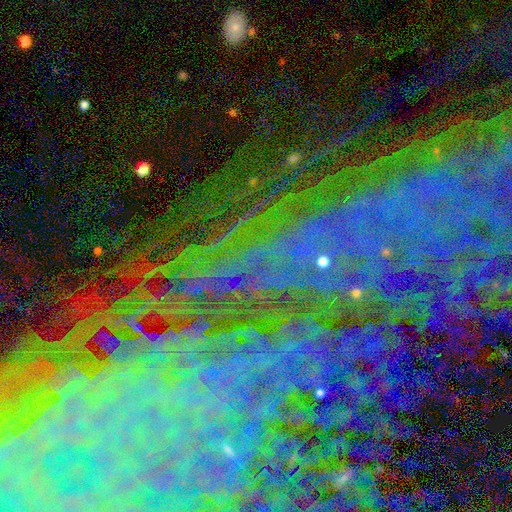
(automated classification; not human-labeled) This appears to be a star or artifact, not a galaxy (74%).